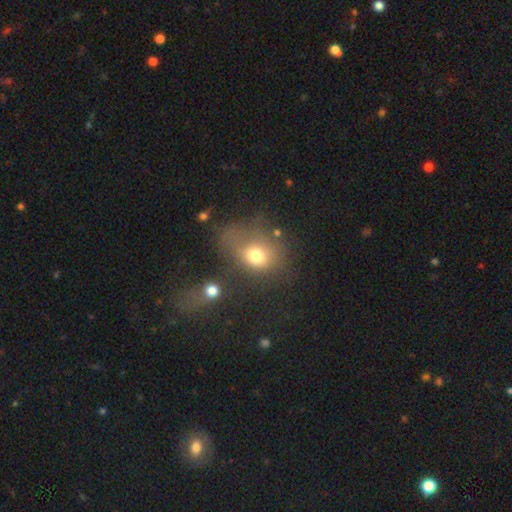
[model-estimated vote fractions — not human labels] Smooth or featured?
  - smooth: 69% *
  - featured or disk: 16%
  - star or artifact: 15%
How rounded?
  - round: 57% *
  - in between: 42%
  - cigar-shaped: 1%
Merging?
  - none: 35% *
  - major disturbance: 30%
  - minor disturbance: 21%
  - merger: 13%